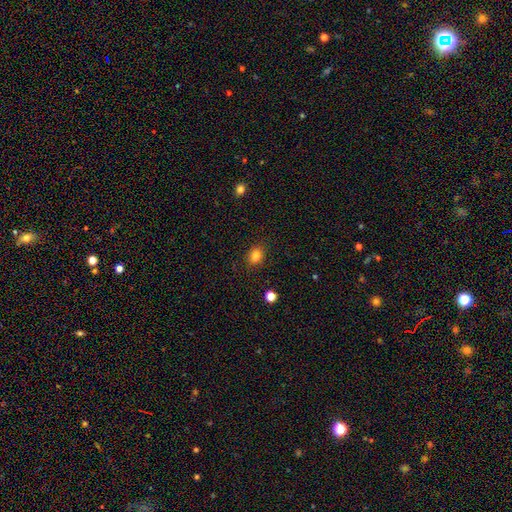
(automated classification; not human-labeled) Smooth or featured?
  - smooth: 83% *
  - star or artifact: 11%
  - featured or disk: 6%
How rounded?
  - in between: 53% *
  - round: 46%
  - cigar-shaped: 1%
Merging?
  - none: 87% *
  - minor disturbance: 9%
  - major disturbance: 3%
  - merger: 1%